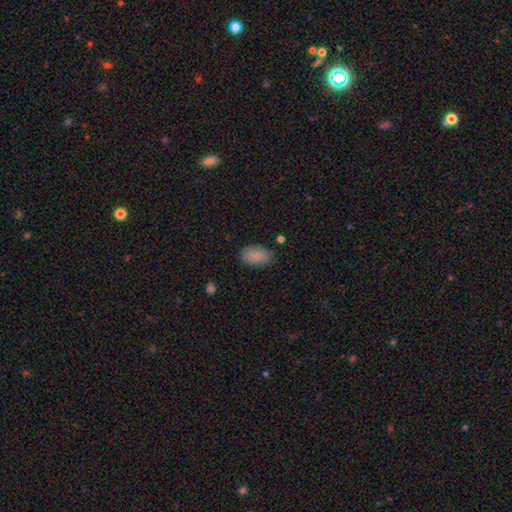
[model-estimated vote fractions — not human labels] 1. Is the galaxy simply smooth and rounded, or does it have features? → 88% smooth, 7% star or artifact, 5% featured or disk.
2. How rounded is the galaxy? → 92% in between, 7% round, 2% cigar-shaped.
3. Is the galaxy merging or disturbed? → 80% none, 15% minor disturbance, 3% major disturbance, 2% merger.